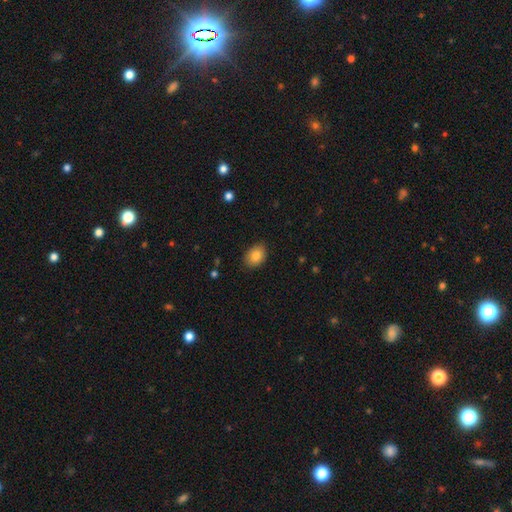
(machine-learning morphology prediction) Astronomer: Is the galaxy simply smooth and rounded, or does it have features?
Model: smooth — 84%.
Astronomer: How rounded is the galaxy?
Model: in between — 73%.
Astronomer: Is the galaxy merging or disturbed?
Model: none — 85%.